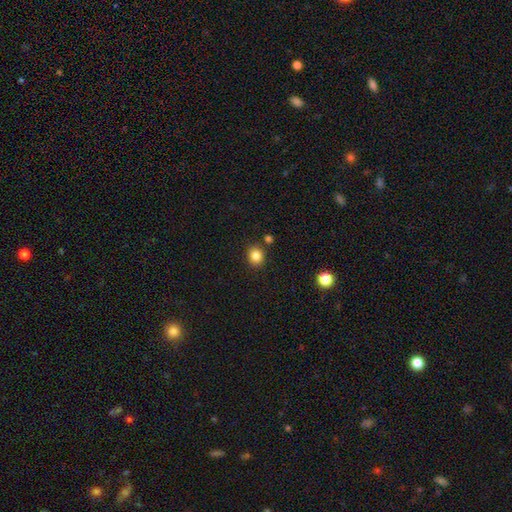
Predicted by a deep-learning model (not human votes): A smooth galaxy with no disk features (85%) that is round (77%). Merging: none (85%).